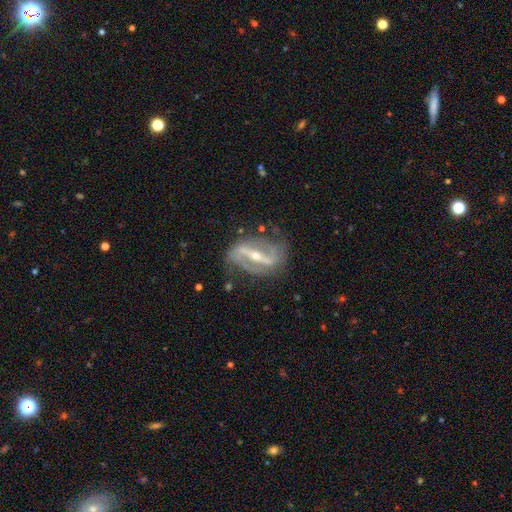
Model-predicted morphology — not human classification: smooth-or-featured: featured or disk: 89% | star or artifact: 6% | smooth: 5%
  disk-edge-on: no: 91% | yes: 9%
    bar: strong: 78% | weak: 16% | no: 6%
    has-spiral-arms: yes: 91% | no: 9%
      spiral-winding: loose: 41% | medium: 39% | tight: 20%
      spiral-arm-count: 2: 87% | can't tell: 6% | 1: 3% | 3: 2% | 4: 1% | more than 4: 1%
    bulge-size: small: 54% | moderate: 43% | large: 2% | none: 1% | dominant: 1%
  merging: none: 72% | minor disturbance: 18% | major disturbance: 8% | merger: 2%